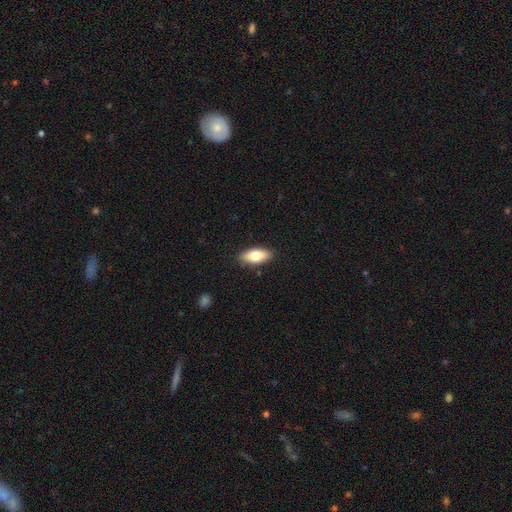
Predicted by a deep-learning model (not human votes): Overall: smooth (76%). How rounded: in between (84%). Merging: none (87%).